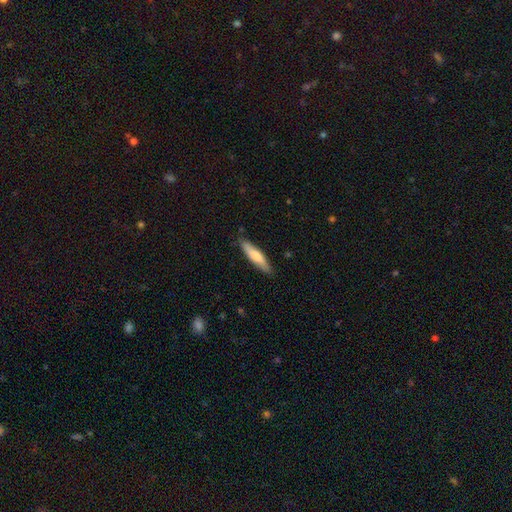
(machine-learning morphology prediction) The model was most divided on "smooth or featured": smooth: 71%, featured or disk: 24%, star or artifact: 5%. More confident: merging — none (85%); how rounded — cigar-shaped (79%).